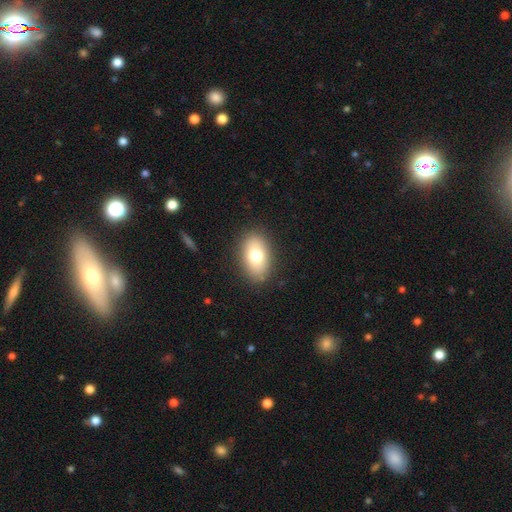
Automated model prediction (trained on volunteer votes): Smooth or featured? Predicted: smooth (p=0.72). How rounded? Predicted: in between (p=0.85). Merging? Predicted: none (p=0.86).